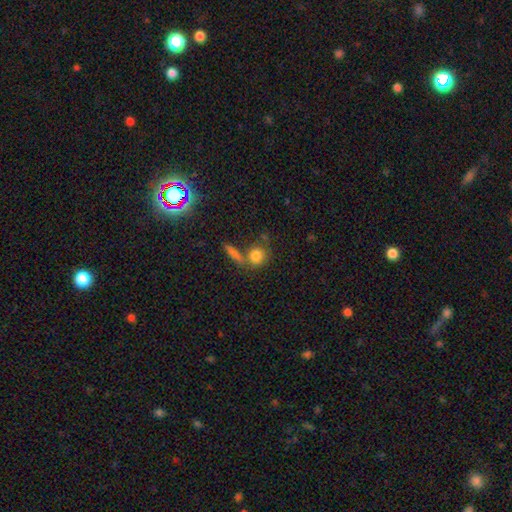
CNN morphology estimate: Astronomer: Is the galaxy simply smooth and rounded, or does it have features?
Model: smooth — 81%.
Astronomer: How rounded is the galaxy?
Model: round — 72%.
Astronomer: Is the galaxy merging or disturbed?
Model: none — 61%.